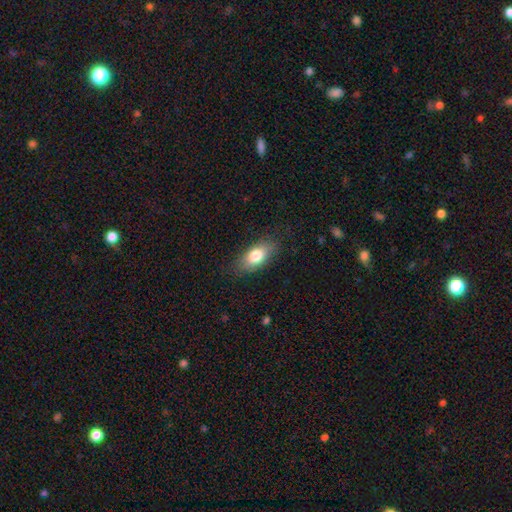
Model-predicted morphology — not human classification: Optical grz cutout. It shows a smooth galaxy with no disk features (77%) that is in between round and cigar-shaped (86%). Merging: none (82%).